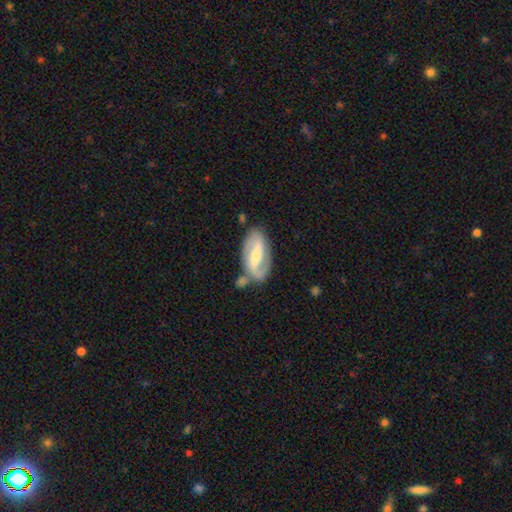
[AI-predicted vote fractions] The model was most divided on "bulge size": moderate: 47%, small: 46%, large: 3%, none: 2%, dominant: 1%. Remaining: edge-on disk — no (94%); spiral arms — yes (90%); spiral arm count — 2 (88%); smooth or featured — featured or disk (80%); merging — none (69%); bar — strong (54%); spiral winding — medium (44%).